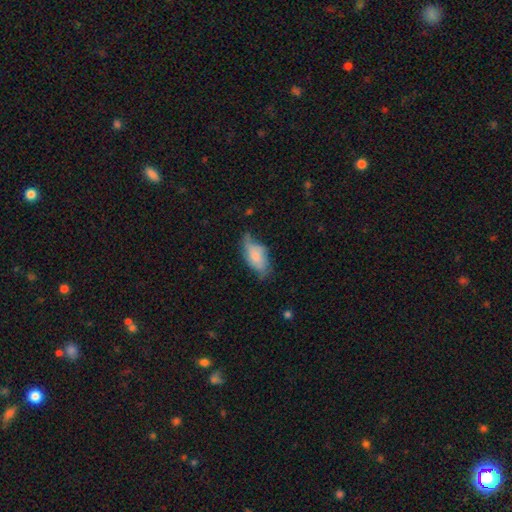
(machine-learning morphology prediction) Overall: smooth (66%; featured or disk 27%). How rounded: in between (89%). Merging: minor disturbance (41%; none 38%).